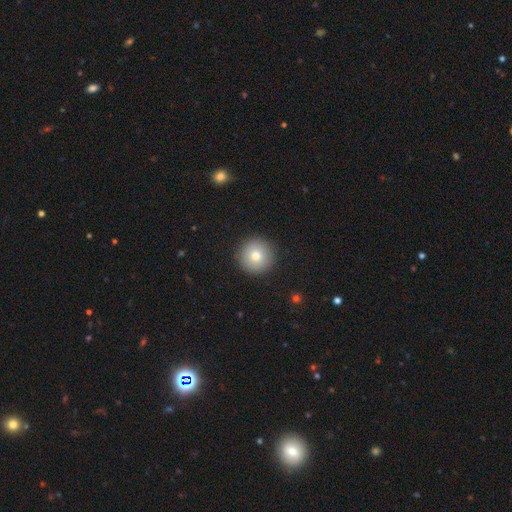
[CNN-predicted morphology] A smooth galaxy with no disk features (78%) that is round (96%). Merging: none (92%).